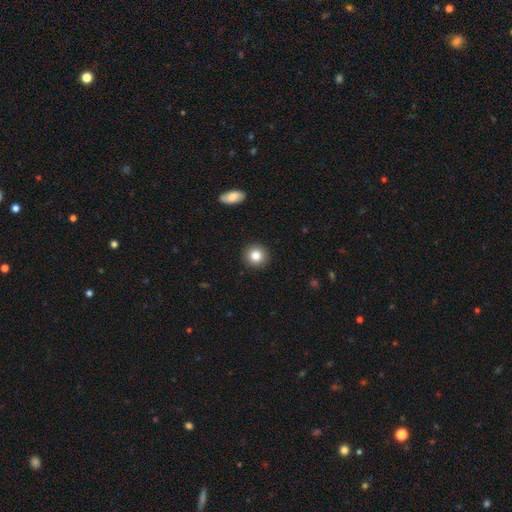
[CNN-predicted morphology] smooth-or-featured: smooth: 84% | star or artifact: 9% | featured or disk: 7%
  how-rounded: round: 92% | in between: 7% | cigar-shaped: 1%
  merging: none: 92% | minor disturbance: 5% | major disturbance: 2% | merger: 1%